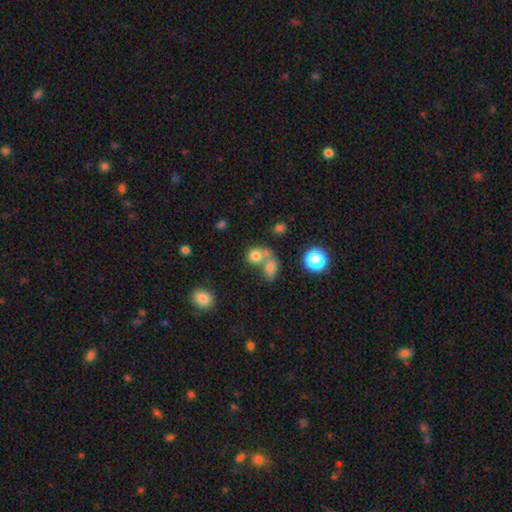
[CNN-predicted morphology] smooth_or_featured: smooth (p=0.75) [alt: star or artifact p=0.14]
how_rounded: round (p=0.65) [alt: in between p=0.34]
merging: merger (p=0.53) [alt: none p=0.34]